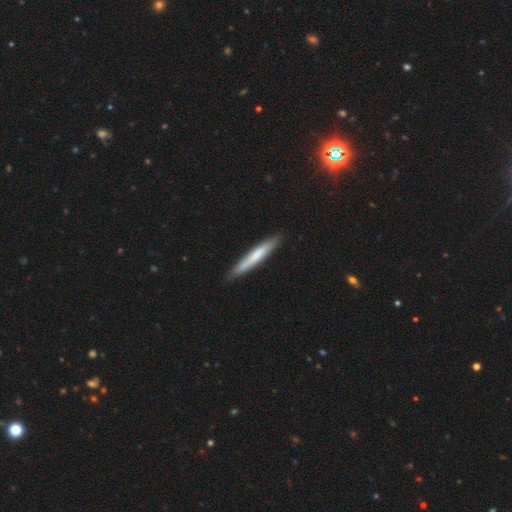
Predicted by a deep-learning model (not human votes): smooth 62%, featured or disk 33%, star or artifact 5%. Down the decision tree: how rounded — cigar-shaped (95%); merging — none (87%).